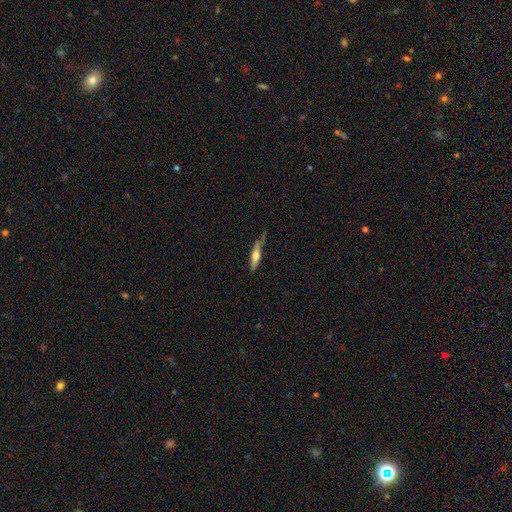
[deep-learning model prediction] Morphology: type=smooth (48%); merging=none (55%).